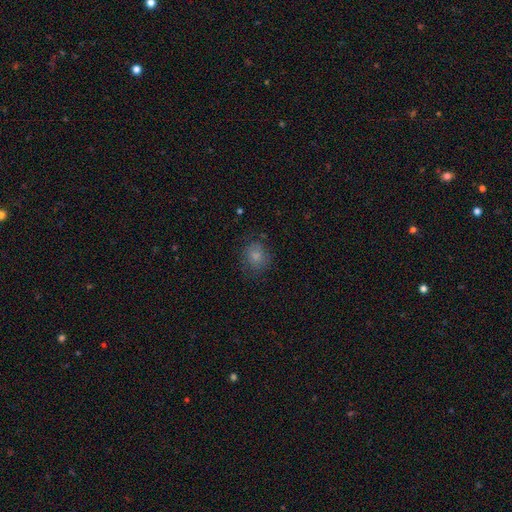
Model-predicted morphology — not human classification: smooth_or_featured: smooth (p=0.80) [alt: star or artifact p=0.11]
how_rounded: round (p=0.76) [alt: in between p=0.23]
merging: none (p=0.74) [alt: minor disturbance p=0.18]